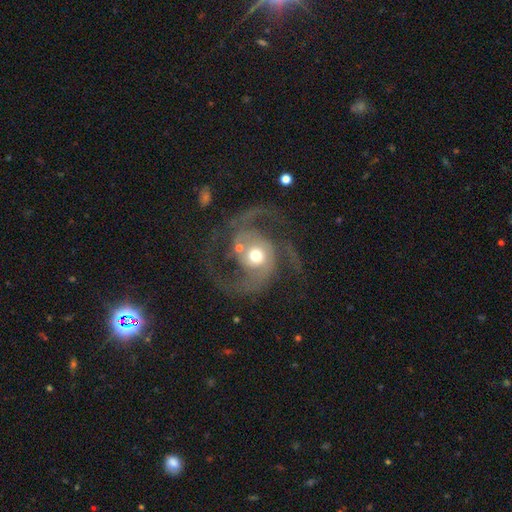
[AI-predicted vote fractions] A featured or disk galaxy (83%) with no bar (72%), 2 (66%) medium (50%) spiral arms (92%) and a moderate central bulge (65%).

Vote fractions:
- Smooth or featured? featured or disk: 83% / smooth: 11% / star or artifact: 6%
- Edge-on disk? no: 98% / yes: 2%
- Bar? no: 72% / weak: 22% / strong: 6%
- Spiral arms? yes: 92% / no: 8%
- Spiral winding? medium: 50% / loose: 34% / tight: 16%
- Spiral arm count? 2: 66% / 3: 13% / can't tell: 8% / 1: 6% / 4: 3% / more than 4: 3%
- Bulge size? moderate: 65% / large: 16% / small: 15% / dominant: 2% / none: 1%
- Merging? none: 48% / major disturbance: 31% / minor disturbance: 15% / merger: 5%